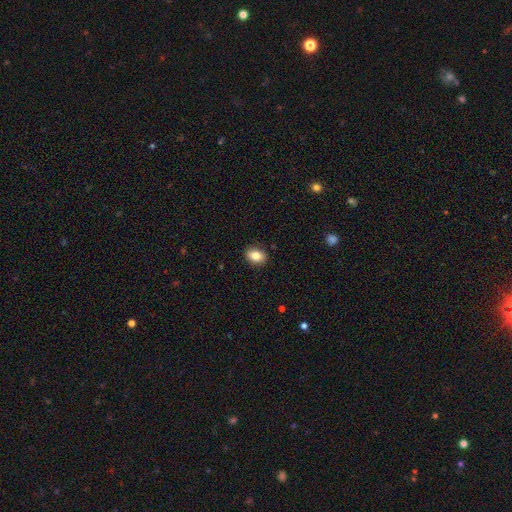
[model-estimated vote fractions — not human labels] Morphology: type=smooth (85%); roundness=in between (66%); merging=none (90%).